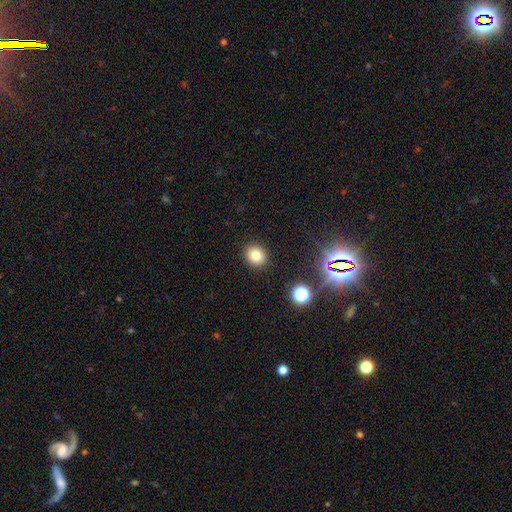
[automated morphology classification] Q: Smooth or featured?
A: smooth (79%); runner-up: star or artifact (14%)
Q: How rounded?
A: round (73%); runner-up: in between (26%)
Q: Merging?
A: none (90%); runner-up: minor disturbance (7%)